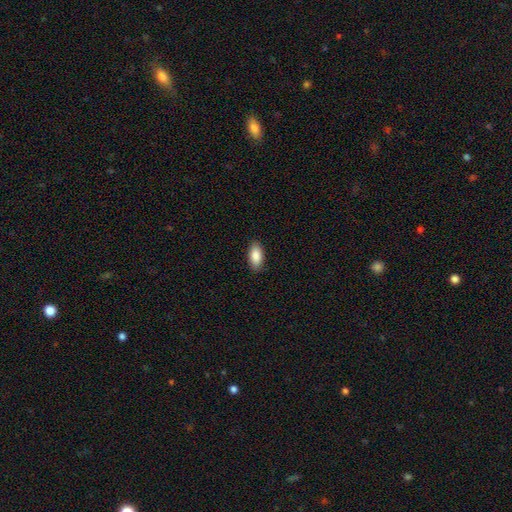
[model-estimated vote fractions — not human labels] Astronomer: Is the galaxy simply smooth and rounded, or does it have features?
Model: smooth — 88%.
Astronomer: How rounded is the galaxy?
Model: in between — 92%.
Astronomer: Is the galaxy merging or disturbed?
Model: none — 88%.